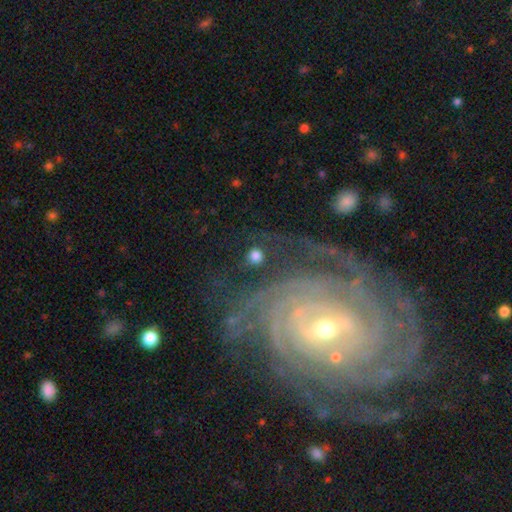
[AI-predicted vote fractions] smooth 69%, featured or disk 17%, star or artifact 14%. Down the decision tree: how rounded — round (92%); merging — none (81%).